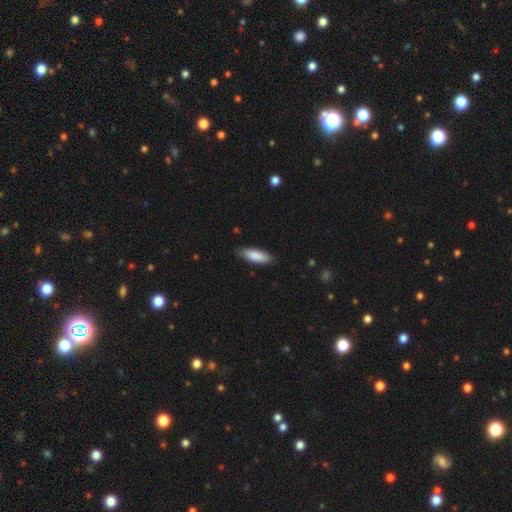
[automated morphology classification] Smooth or featured?
  - smooth: 87% *
  - featured or disk: 8%
  - star or artifact: 5%
How rounded?
  - in between: 66% *
  - cigar-shaped: 33%
  - round: 2%
Merging?
  - none: 82% *
  - minor disturbance: 15%
  - major disturbance: 2%
  - merger: 1%